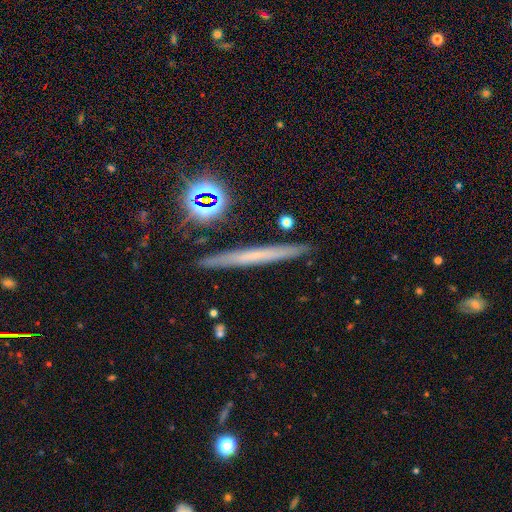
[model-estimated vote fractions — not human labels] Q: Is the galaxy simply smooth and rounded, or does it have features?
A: featured or disk — 45%.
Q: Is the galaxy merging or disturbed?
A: none — 89%.